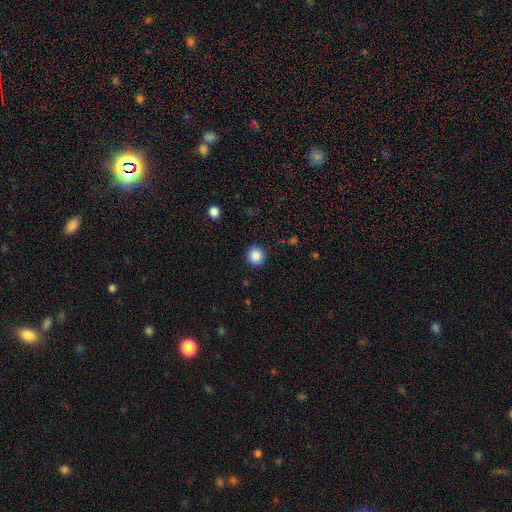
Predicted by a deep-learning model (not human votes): Smooth or featured? smooth (87%)
How rounded? round (93%)
Merging? none (92%)